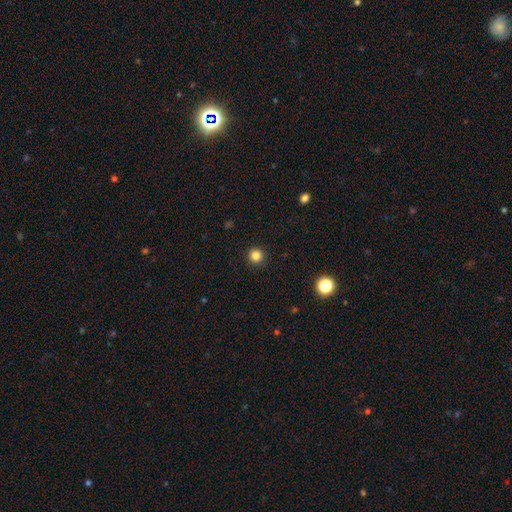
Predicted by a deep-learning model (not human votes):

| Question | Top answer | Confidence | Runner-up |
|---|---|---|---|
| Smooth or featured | smooth | 84% | star or artifact (13%) |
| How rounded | round | 95% | in between (4%) |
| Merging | none | 92% | minor disturbance (5%) |